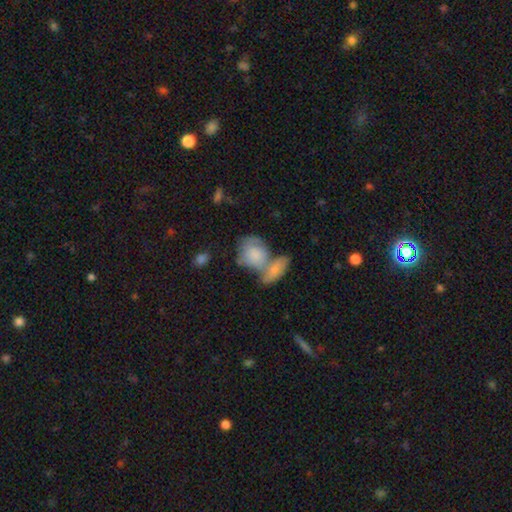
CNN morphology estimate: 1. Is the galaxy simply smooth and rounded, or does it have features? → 69% smooth, 24% featured or disk, 7% star or artifact.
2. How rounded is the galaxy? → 49% in between, 48% round, 3% cigar-shaped.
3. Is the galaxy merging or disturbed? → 53% merger, 28% none, 13% minor disturbance, 7% major disturbance.